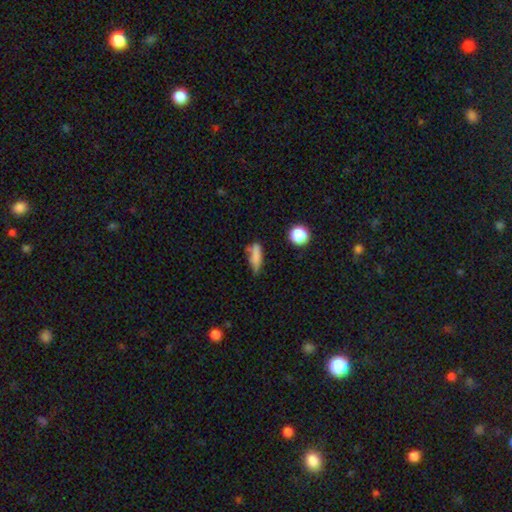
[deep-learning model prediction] Smooth or featured? Predicted: smooth (p=0.71). How rounded? Predicted: cigar-shaped (p=0.55). Merging? Predicted: none (p=0.48).